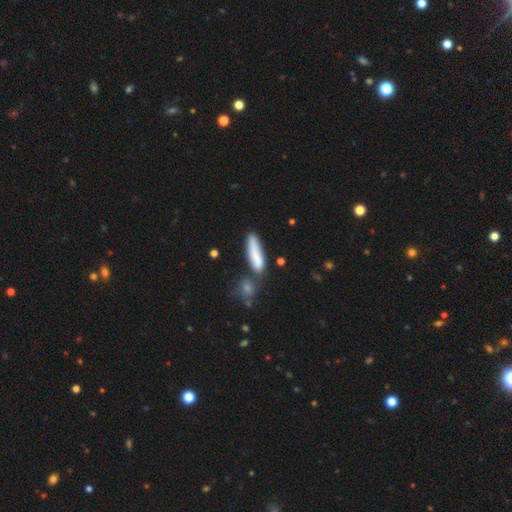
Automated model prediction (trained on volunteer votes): This appears to be a smooth galaxy with no disk features (80%) that is cigar-shaped (72%). Merging: none (55%).